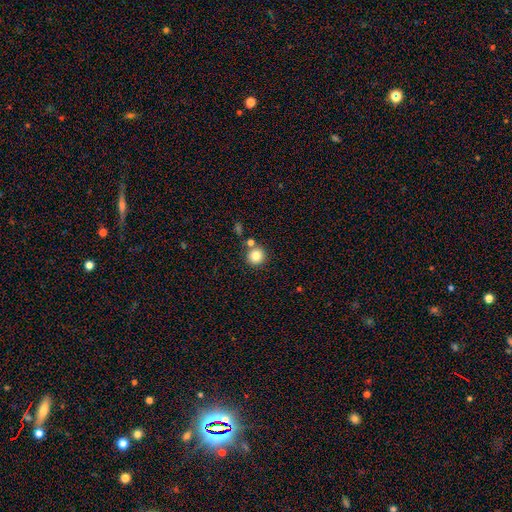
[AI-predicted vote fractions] smooth-or-featured: smooth: 83% | star or artifact: 10% | featured or disk: 7%
  how-rounded: round: 93% | in between: 6% | cigar-shaped: 1%
  merging: none: 77% | merger: 13% | minor disturbance: 8% | major disturbance: 3%